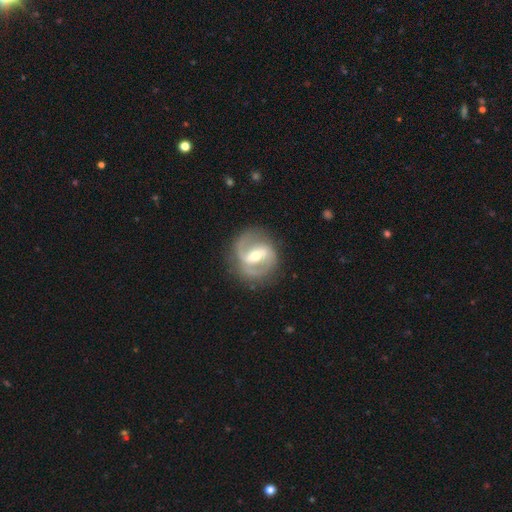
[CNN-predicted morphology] Smooth or featured: featured or disk — 84% (smooth — 11%)
Edge-on disk: no — 96% (yes — 4%)
Bar: strong — 54% (weak — 35%)
Spiral arms: yes — 88% (no — 12%)
Spiral winding: medium — 50% (tight — 26%)
Spiral arm count: 2 — 85% (can't tell — 6%)
Bulge size: moderate — 62% (small — 32%)
Merging: none — 78% (minor disturbance — 14%)